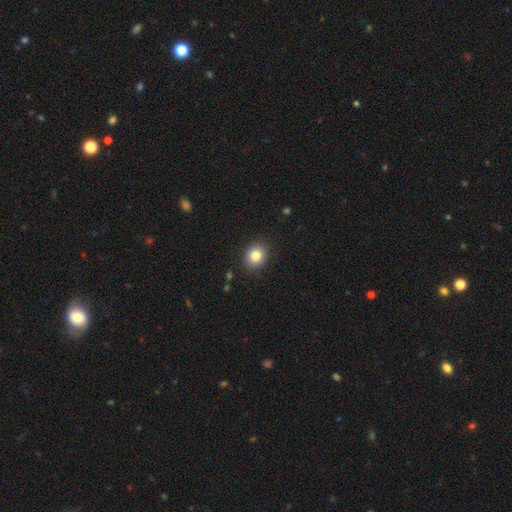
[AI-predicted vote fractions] This appears to be a smooth galaxy with no disk features (82%) that is round (73%). Merging: none (89%).